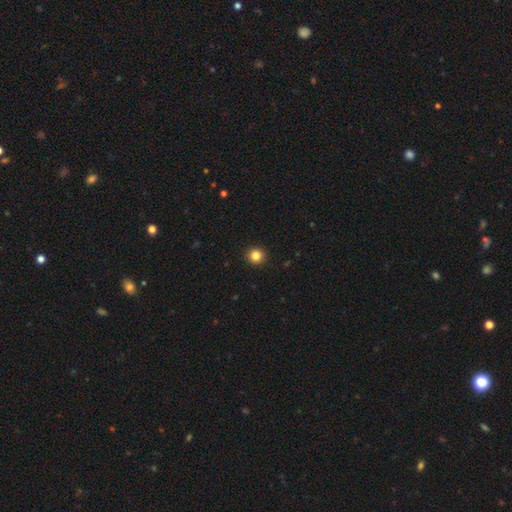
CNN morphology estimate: Overall: smooth (84%). How rounded: round (94%). Merging: none (94%).